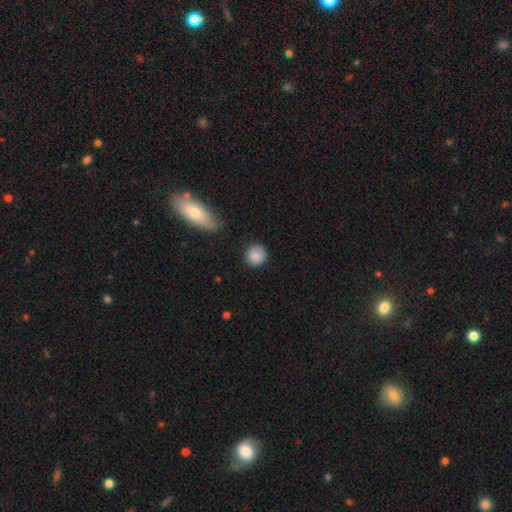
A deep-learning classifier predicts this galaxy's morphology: The model was most divided on "merging": none: 85%, minor disturbance: 11%, major disturbance: 3%, merger: 2%. More confident: how rounded — round (91%); smooth or featured — smooth (87%).